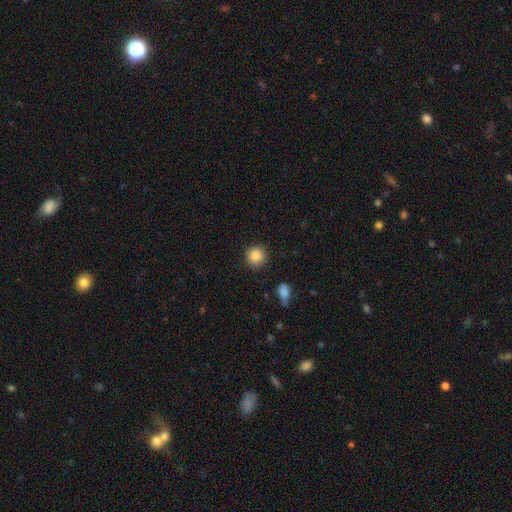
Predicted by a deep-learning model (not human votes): This is clearly a smooth galaxy (87%). How rounded: clearly round (94%). Merging: clearly none (90%).